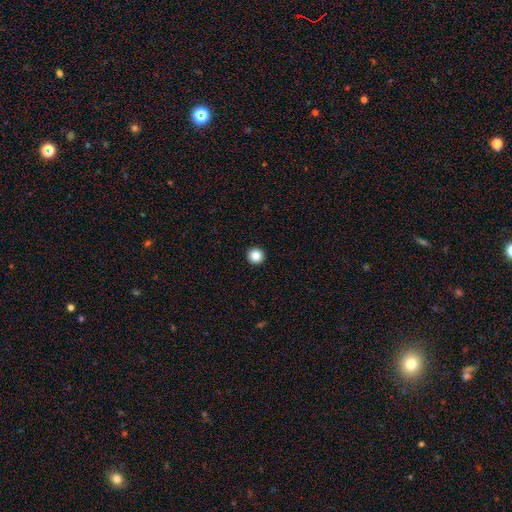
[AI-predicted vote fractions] smooth 85%, star or artifact 10%, featured or disk 5%. Down the decision tree: how rounded — round (96%); merging — none (94%).